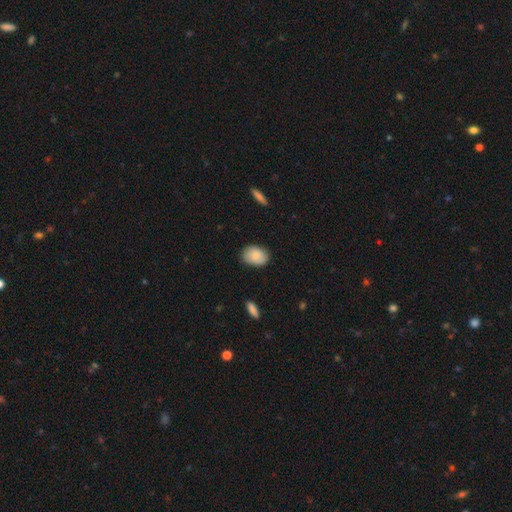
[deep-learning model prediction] Morphology: type=smooth (82%); roundness=in between (79%); merging=none (82%).